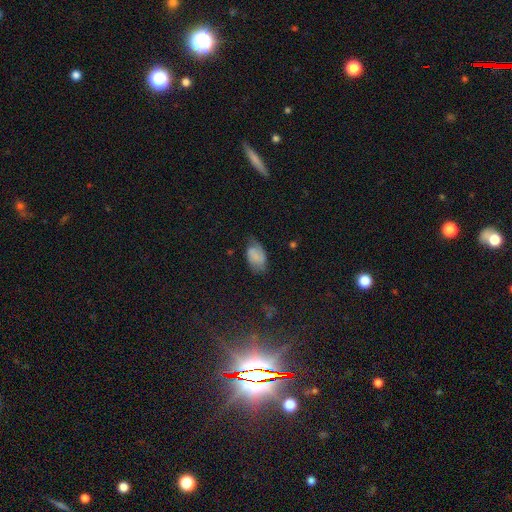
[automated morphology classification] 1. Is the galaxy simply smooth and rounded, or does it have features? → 67% smooth, 22% featured or disk, 11% star or artifact.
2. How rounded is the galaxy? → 92% in between, 7% round, 2% cigar-shaped.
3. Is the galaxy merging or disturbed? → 46% none, 37% minor disturbance, 14% major disturbance, 2% merger.